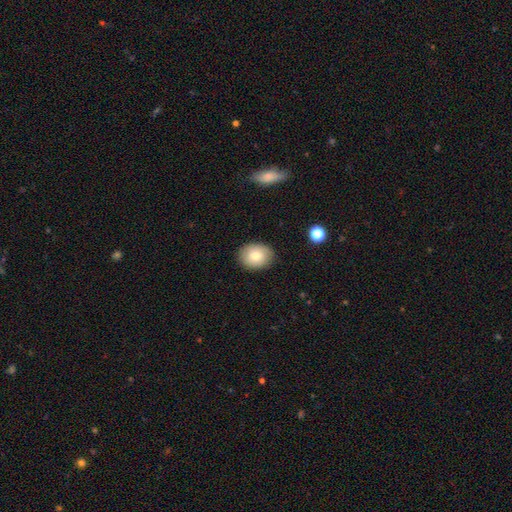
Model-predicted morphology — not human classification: Smooth or featured? Predicted: smooth (p=0.80). How rounded? Predicted: in between (p=0.57). Merging? Predicted: none (p=0.87).